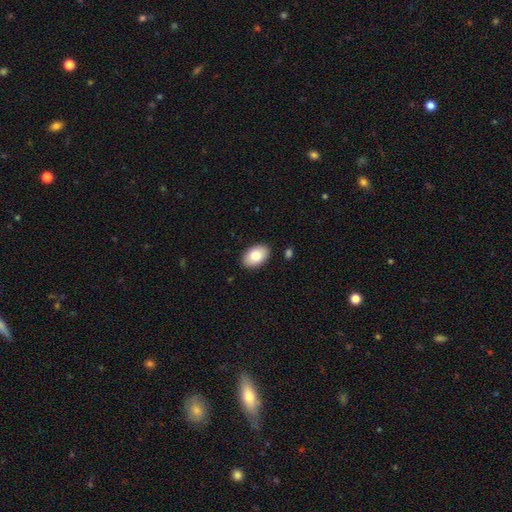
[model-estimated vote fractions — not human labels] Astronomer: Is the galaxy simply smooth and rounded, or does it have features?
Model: smooth — 79%.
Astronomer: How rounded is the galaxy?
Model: in between — 91%.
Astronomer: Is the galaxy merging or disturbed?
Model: none — 88%.